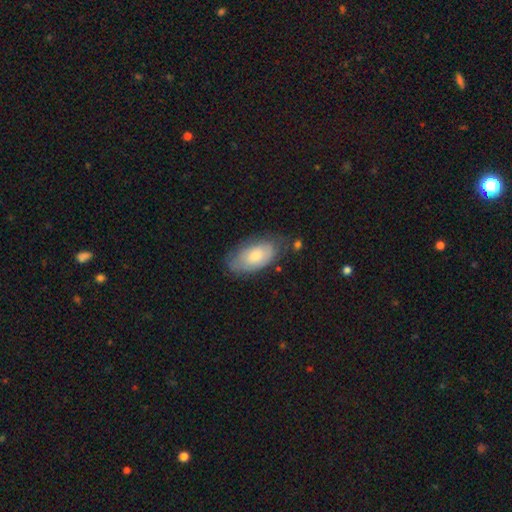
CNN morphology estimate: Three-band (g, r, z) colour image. It shows a smooth galaxy with no disk features (66%) that is in between round and cigar-shaped (94%). Merging: none (65%).